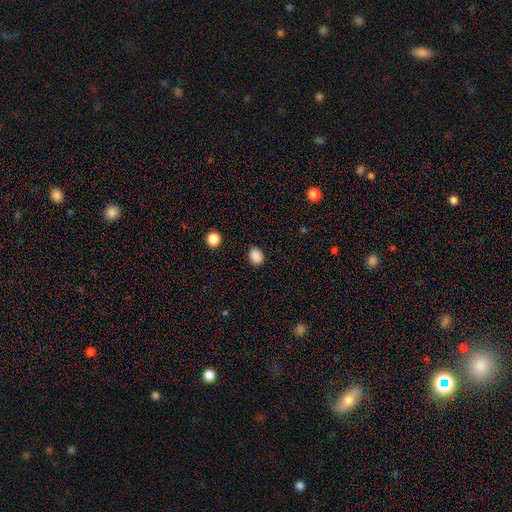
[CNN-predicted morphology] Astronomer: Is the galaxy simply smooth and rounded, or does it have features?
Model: smooth — 87%.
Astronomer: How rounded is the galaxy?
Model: in between — 62%.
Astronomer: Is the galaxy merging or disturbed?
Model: none — 87%.